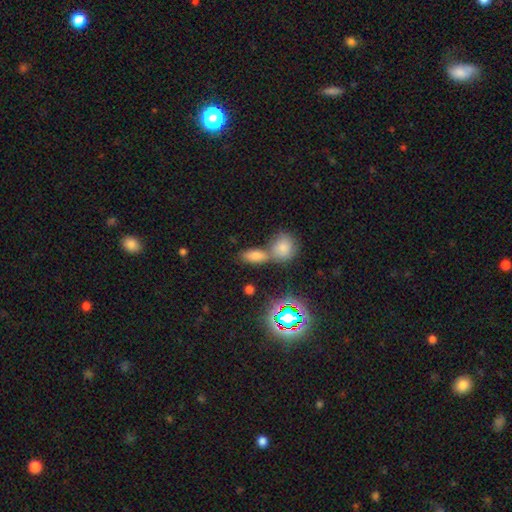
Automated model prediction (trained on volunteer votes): A smooth galaxy with no disk features (74%) that is in between round and cigar-shaped (81%).

Vote fractions:
- Smooth or featured? smooth: 74% / star or artifact: 17% / featured or disk: 9%
- How rounded? in between: 81% / round: 11% / cigar-shaped: 8%
- Merging? none: 46% / merger: 40% / minor disturbance: 10% / major disturbance: 4%